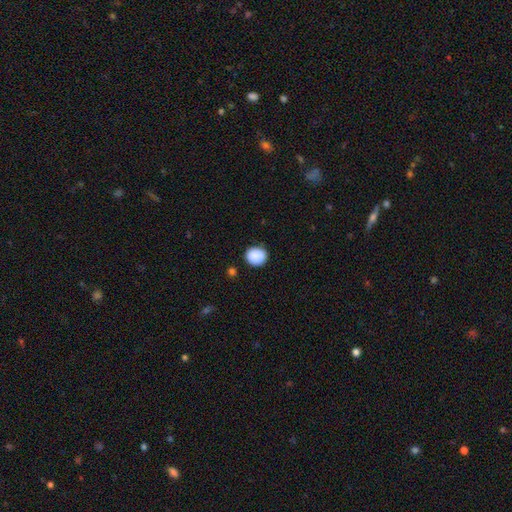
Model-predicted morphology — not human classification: Overall: smooth (89%). How rounded: round (80%). Merging: none (84%).